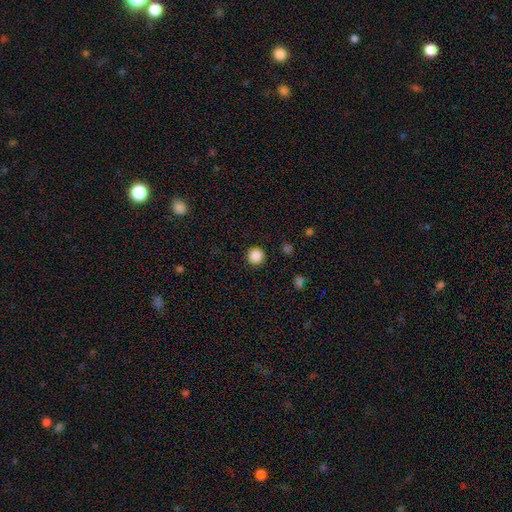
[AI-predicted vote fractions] The model was most divided on "smooth or featured": smooth: 87%, star or artifact: 10%, featured or disk: 3%. More confident: how rounded — round (95%); merging — none (92%).